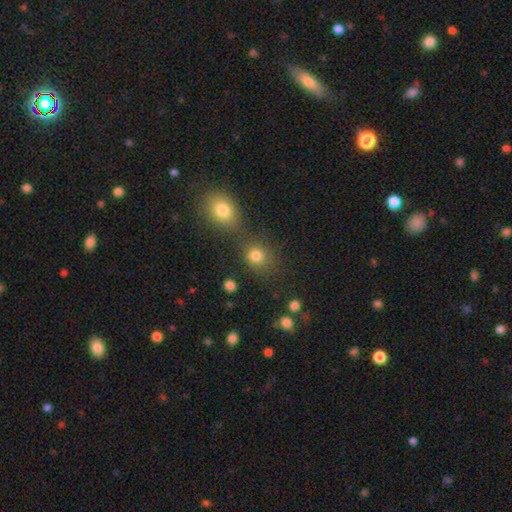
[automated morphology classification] Q: Smooth or featured?
A: smooth (80%); runner-up: star or artifact (14%)
Q: How rounded?
A: round (78%); runner-up: in between (21%)
Q: Merging?
A: none (63%); runner-up: merger (24%)